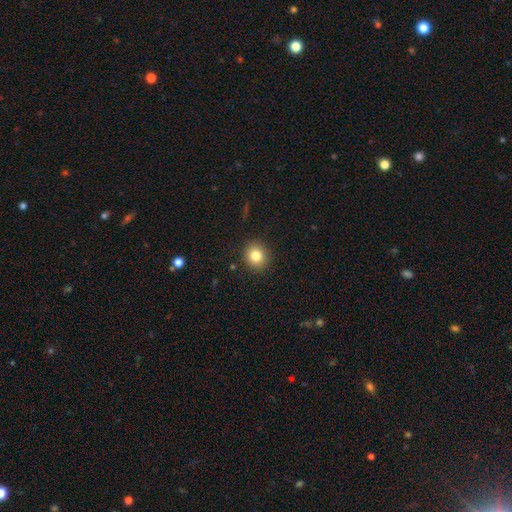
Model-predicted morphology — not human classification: A smooth galaxy with no disk features (81%) that is round (85%). Merging: none (90%).